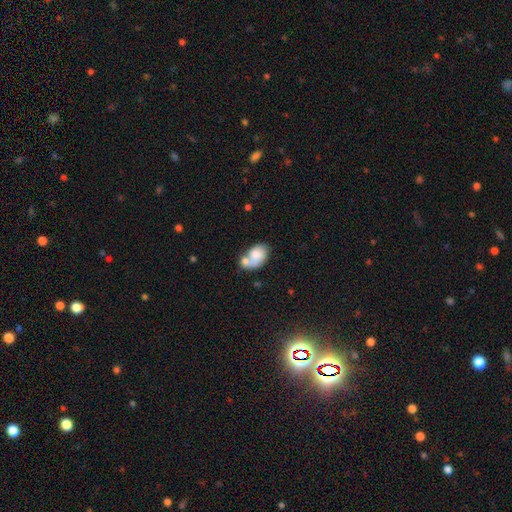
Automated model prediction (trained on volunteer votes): smooth_or_featured: smooth (p=0.70) [alt: featured or disk p=0.22]
how_rounded: in between (p=0.83) [alt: round p=0.15]
merging: merger (p=0.51) [alt: none p=0.25]